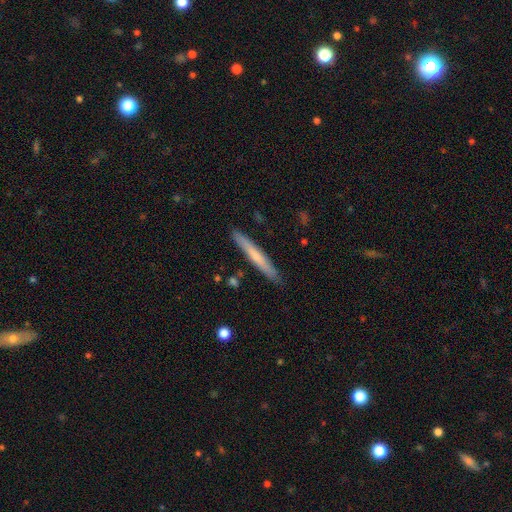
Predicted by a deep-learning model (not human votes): Smooth or featured: smooth — 58% (featured or disk — 36%)
How rounded: cigar-shaped — 96% (in between — 3%)
Merging: none — 89% (minor disturbance — 8%)